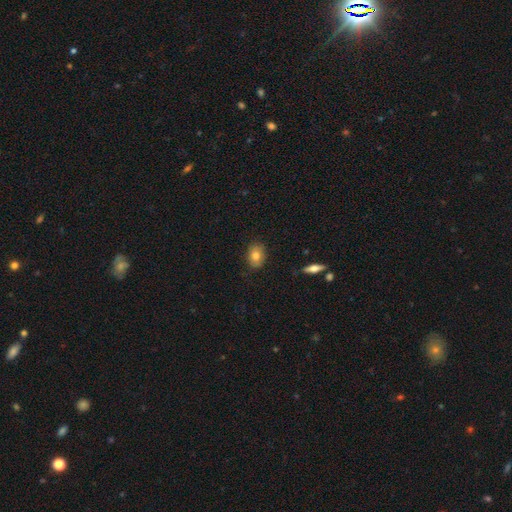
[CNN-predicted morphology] The model was most divided on "how rounded": in between: 78%, round: 21%, cigar-shaped: 2%. More confident: merging — none (85%); smooth or featured — smooth (79%).